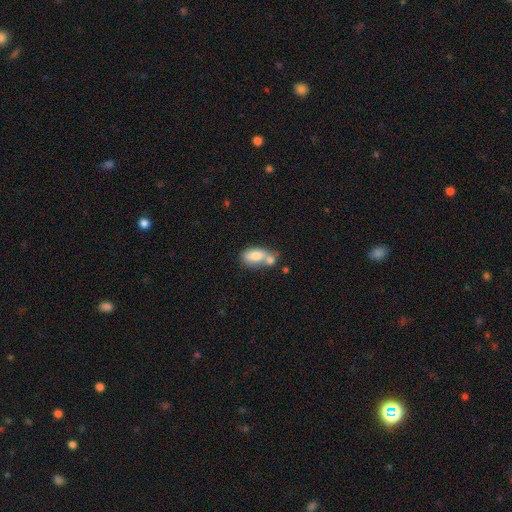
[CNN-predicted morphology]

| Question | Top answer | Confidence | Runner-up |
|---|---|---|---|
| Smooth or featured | smooth | 74% | featured or disk (18%) |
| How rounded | in between | 86% | round (9%) |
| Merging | merger | 49% | none (33%) |